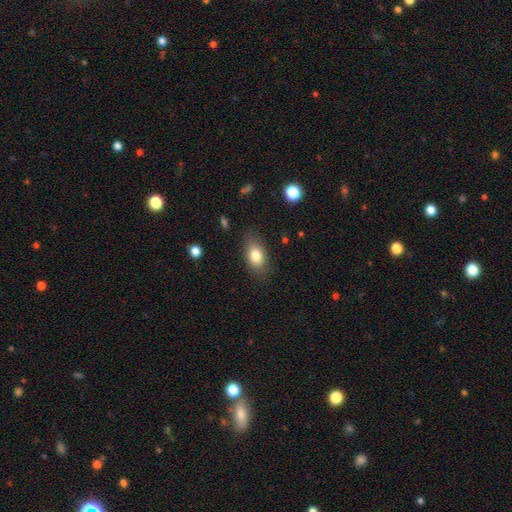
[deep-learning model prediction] Smooth or featured? Predicted: smooth (p=0.81). How rounded? Predicted: in between (p=0.85). Merging? Predicted: none (p=0.80).